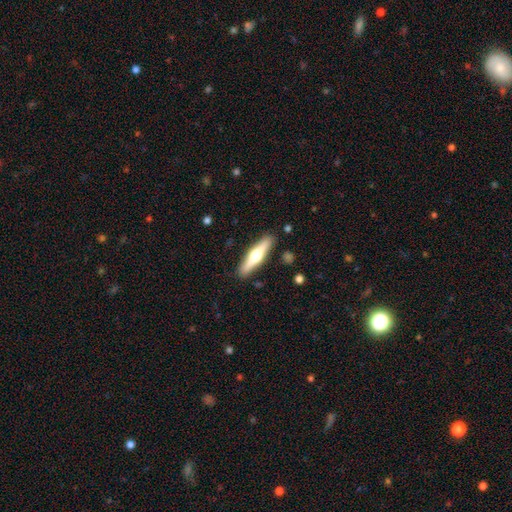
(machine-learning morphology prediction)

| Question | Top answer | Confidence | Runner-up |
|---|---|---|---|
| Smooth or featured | featured or disk | 53% | smooth (42%) |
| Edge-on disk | yes | 94% | no (6%) |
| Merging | none | 89% | minor disturbance (8%) |